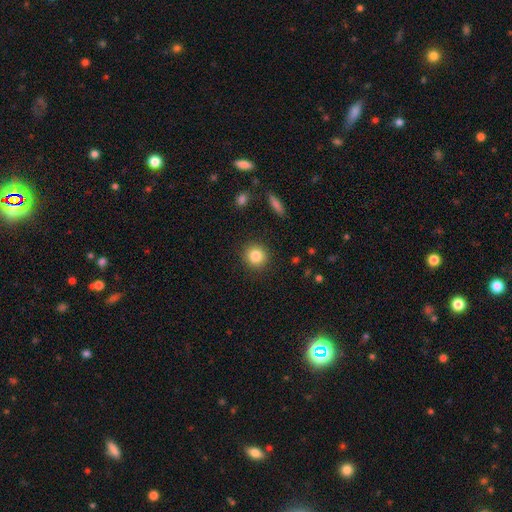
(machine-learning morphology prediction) smooth-or-featured: smooth: 84% | star or artifact: 10% | featured or disk: 6%
  how-rounded: round: 91% | in between: 8% | cigar-shaped: 1%
  merging: none: 90% | minor disturbance: 6% | major disturbance: 2% | merger: 1%